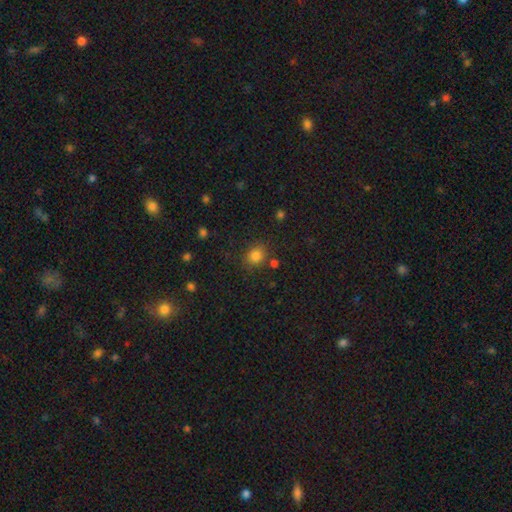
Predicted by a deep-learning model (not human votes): Q: Smooth or featured?
A: smooth (82%); runner-up: star or artifact (13%)
Q: How rounded?
A: round (71%); runner-up: in between (28%)
Q: Merging?
A: none (78%); runner-up: minor disturbance (12%)